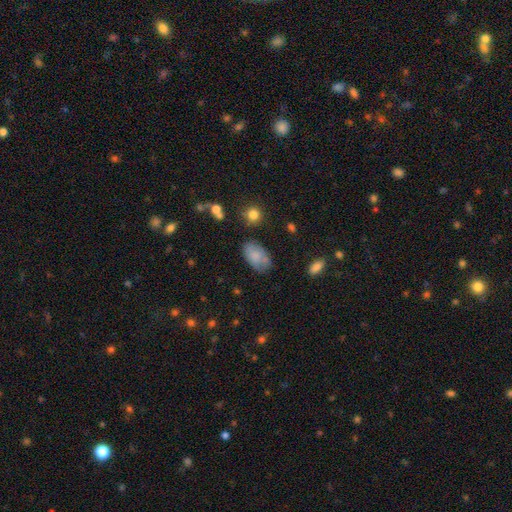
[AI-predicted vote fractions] Morphology: type=smooth (75%); roundness=in between (92%); merging=none (67%).